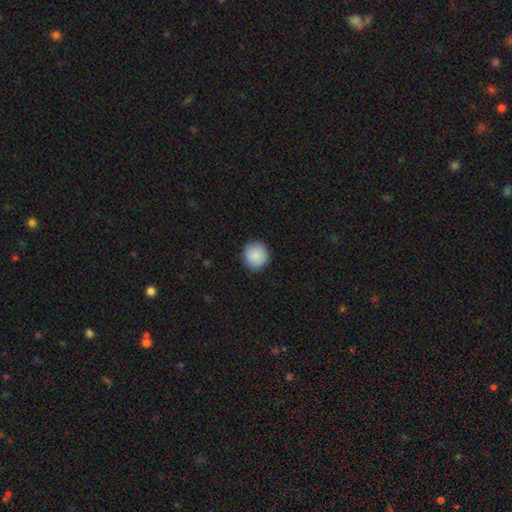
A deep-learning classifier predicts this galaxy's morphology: smooth-or-featured: smooth: 89% | star or artifact: 8% | featured or disk: 3%
  how-rounded: round: 93% | in between: 6% | cigar-shaped: 1%
  merging: none: 91% | minor disturbance: 6% | major disturbance: 2% | merger: 1%